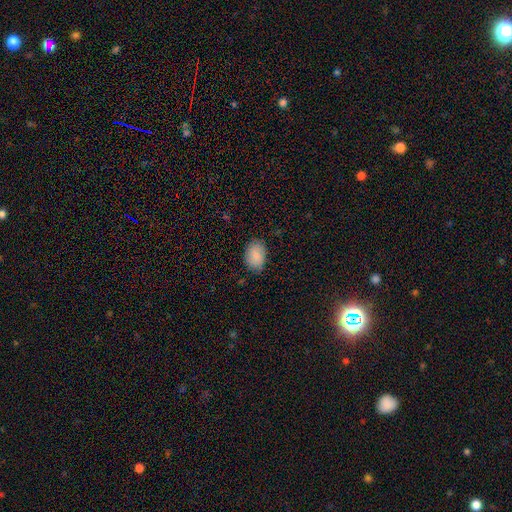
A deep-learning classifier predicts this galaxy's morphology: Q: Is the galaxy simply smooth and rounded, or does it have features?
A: smooth — 86%.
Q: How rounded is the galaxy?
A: in between — 81%.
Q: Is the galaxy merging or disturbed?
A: none — 81%.